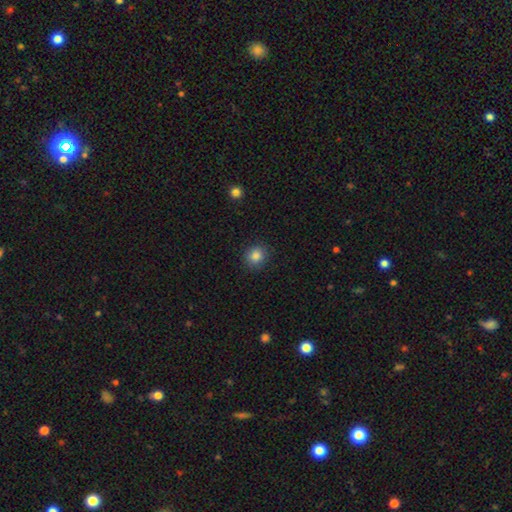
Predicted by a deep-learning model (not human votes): Smooth or featured?
  - smooth: 85% *
  - star or artifact: 10%
  - featured or disk: 5%
How rounded?
  - round: 82% *
  - in between: 17%
  - cigar-shaped: 1%
Merging?
  - none: 89% *
  - minor disturbance: 7%
  - major disturbance: 2%
  - merger: 1%